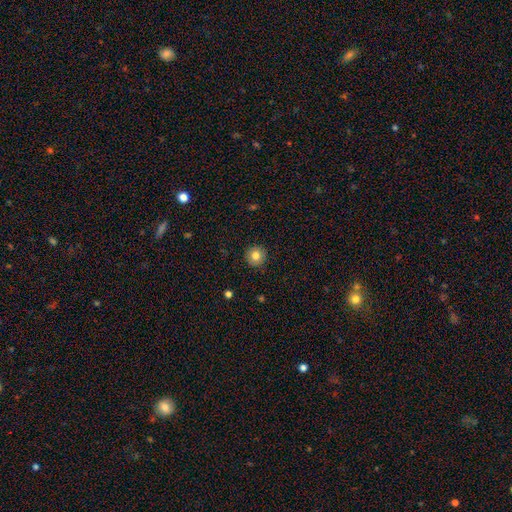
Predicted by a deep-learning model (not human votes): Smooth or featured?
  - smooth: 81% *
  - star or artifact: 10%
  - featured or disk: 9%
How rounded?
  - round: 94% *
  - in between: 5%
  - cigar-shaped: 1%
Merging?
  - none: 92% *
  - minor disturbance: 6%
  - major disturbance: 2%
  - merger: 1%